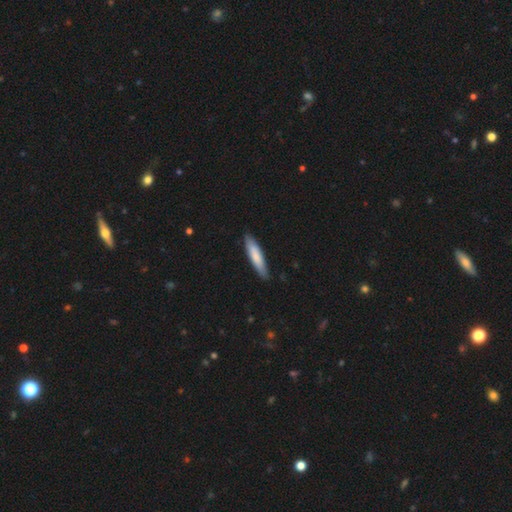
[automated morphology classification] Smooth or featured? Predicted: smooth (p=0.79). How rounded? Predicted: cigar-shaped (p=0.83). Merging? Predicted: none (p=0.87).